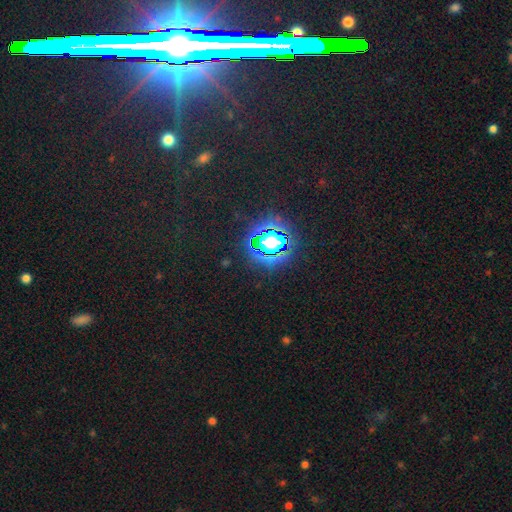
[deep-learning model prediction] Morphology: type=star or artifact (80%).